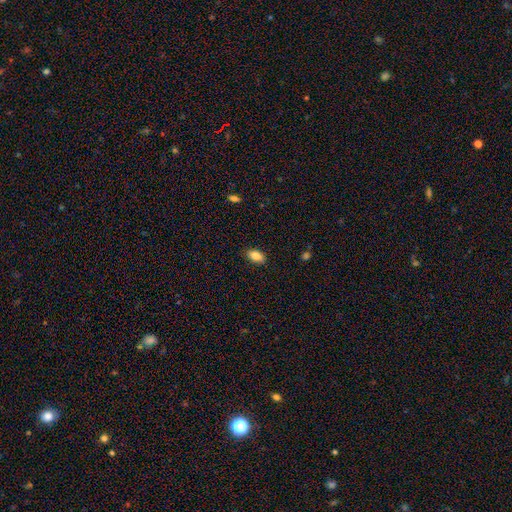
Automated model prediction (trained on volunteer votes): Q: Smooth or featured?
A: smooth (86%); runner-up: star or artifact (8%)
Q: How rounded?
A: in between (90%); runner-up: round (7%)
Q: Merging?
A: none (88%); runner-up: minor disturbance (9%)